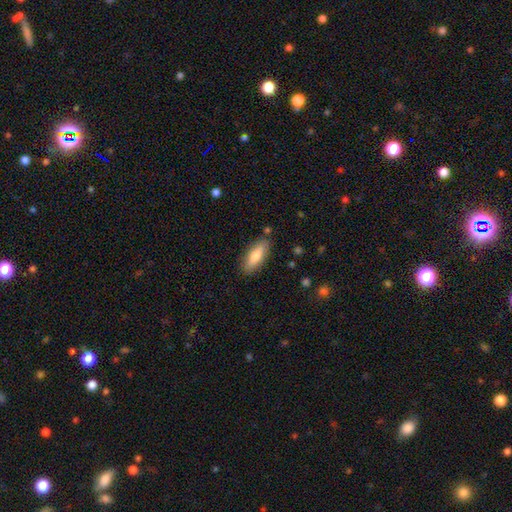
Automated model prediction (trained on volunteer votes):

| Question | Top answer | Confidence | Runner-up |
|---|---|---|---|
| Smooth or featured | smooth | 77% | featured or disk (17%) |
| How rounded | in between | 64% | cigar-shaped (34%) |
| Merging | none | 85% | minor disturbance (11%) |